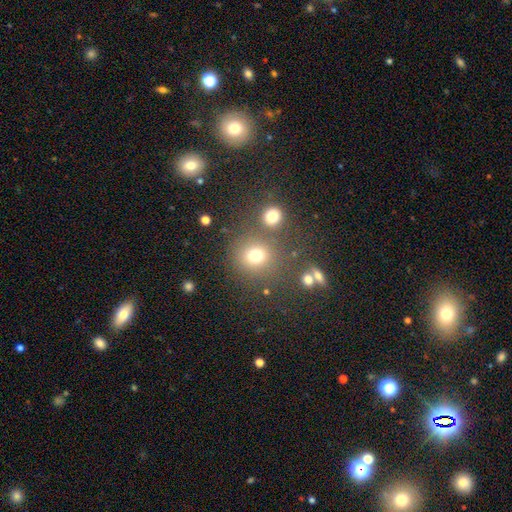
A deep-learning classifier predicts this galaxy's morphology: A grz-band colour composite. It shows a smooth galaxy with no disk features (74%) that is round (87%). Merging: none (70%).